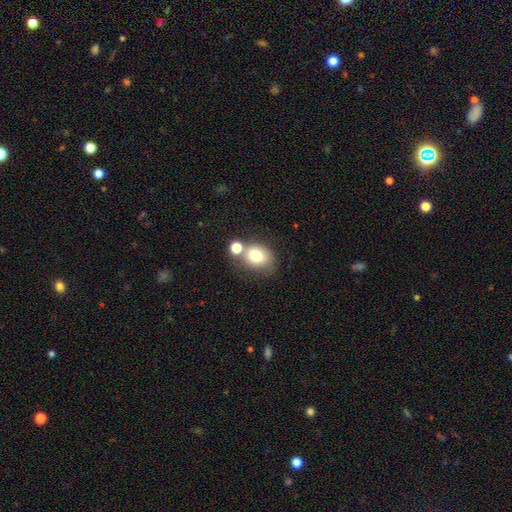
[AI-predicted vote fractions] Smooth or featured? Predicted: smooth (p=0.76). How rounded? Predicted: round (p=0.58). Merging? Predicted: none (p=0.49).